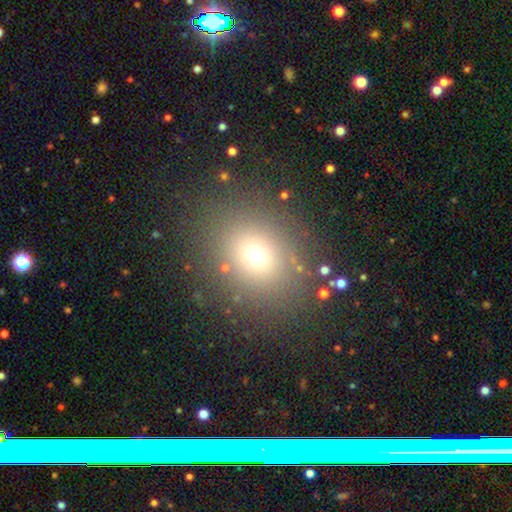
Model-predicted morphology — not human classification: smooth-or-featured: smooth: 67% | star or artifact: 22% | featured or disk: 11%
  how-rounded: round: 68% | in between: 31% | cigar-shaped: 1%
  merging: none: 84% | minor disturbance: 8% | major disturbance: 5% | merger: 3%